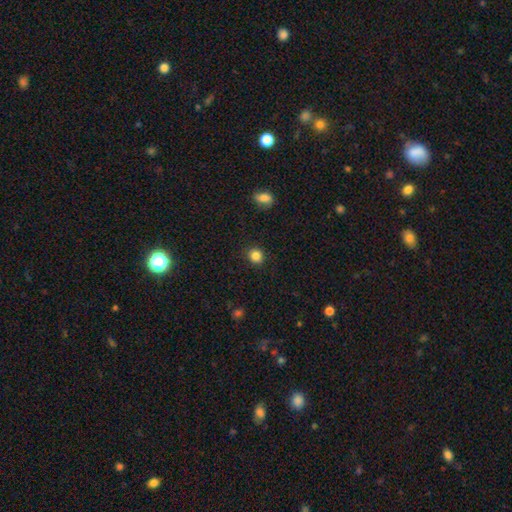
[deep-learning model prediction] Q: Smooth or featured?
A: smooth (85%); runner-up: star or artifact (11%)
Q: How rounded?
A: round (84%); runner-up: in between (16%)
Q: Merging?
A: none (89%); runner-up: minor disturbance (8%)